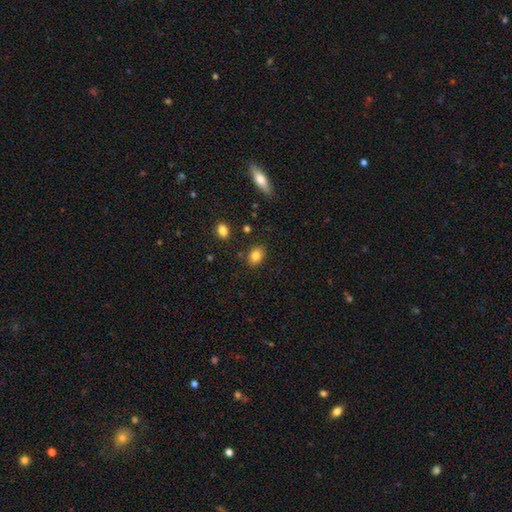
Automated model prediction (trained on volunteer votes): Overall: smooth (82%). How rounded: in between (69%; round 30%). Merging: none (83%).